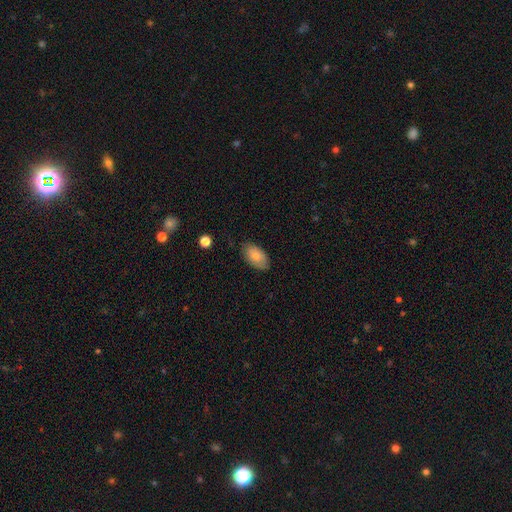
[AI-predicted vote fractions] A smooth galaxy with no disk features (78%) that is in between round and cigar-shaped (93%). Merging: none (80%).